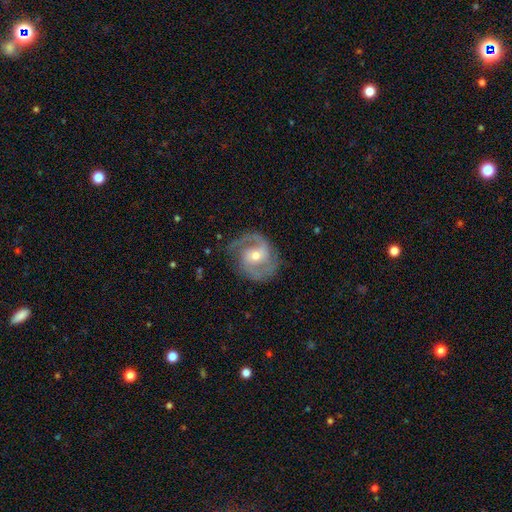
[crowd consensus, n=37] Q: Smooth or featured?
A: featured or disk (97%); runner-up: smooth (3%)
Q: Edge-on disk?
A: no (100%)
Q: Bar?
A: no (47%); runner-up: weak (39%)
Q: Spiral arms?
A: yes (100%)
Q: Spiral winding?
A: medium (56%); runner-up: tight (28%)
Q: Spiral arm count?
A: 2 (92%); runner-up: 1 (6%)
Q: Bulge size?
A: moderate (56%); runner-up: small (42%)
Q: Merging?
A: none (78%); runner-up: minor disturbance (22%)